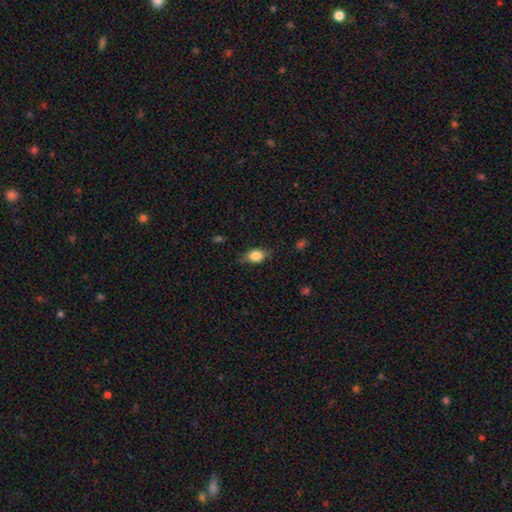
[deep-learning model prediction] smooth-or-featured: smooth: 80% | featured or disk: 12% | star or artifact: 8%
  how-rounded: in between: 79% | round: 17% | cigar-shaped: 4%
  merging: none: 76% | minor disturbance: 19% | major disturbance: 4% | merger: 1%